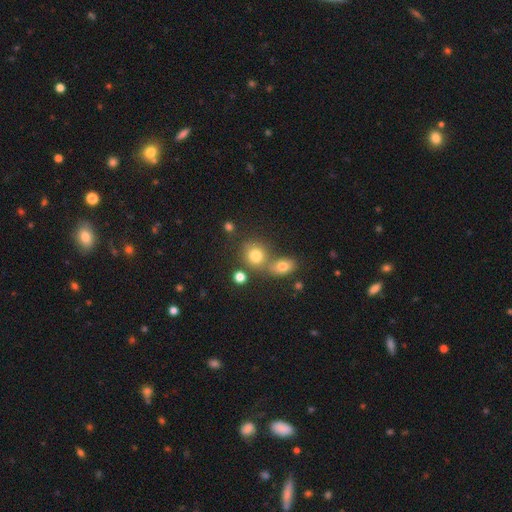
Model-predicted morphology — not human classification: A smooth galaxy with no disk features (77%) that is round (77%). Merging: none (52%).